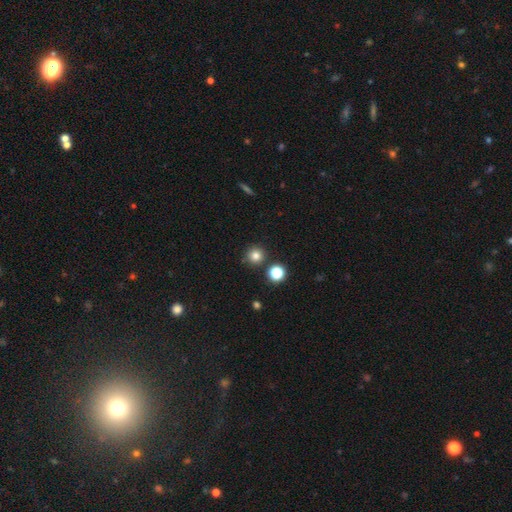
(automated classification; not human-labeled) The model was most divided on "smooth or featured": smooth: 80%, star or artifact: 14%, featured or disk: 6%. More confident: how rounded — round (94%); merging — none (85%).